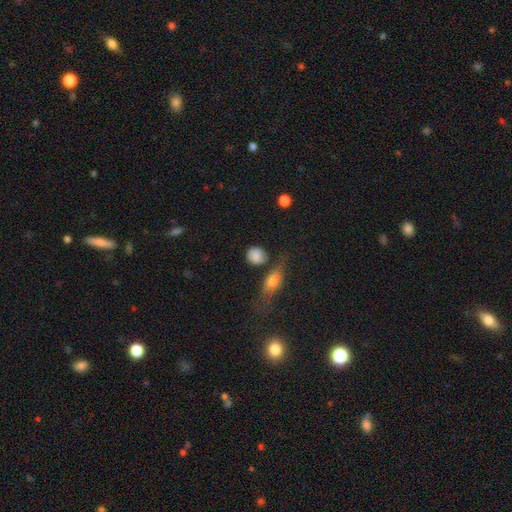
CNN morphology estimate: smooth 83%, star or artifact 9%, featured or disk 8%. Down the decision tree: how rounded — round (74%); merging — none (66%).